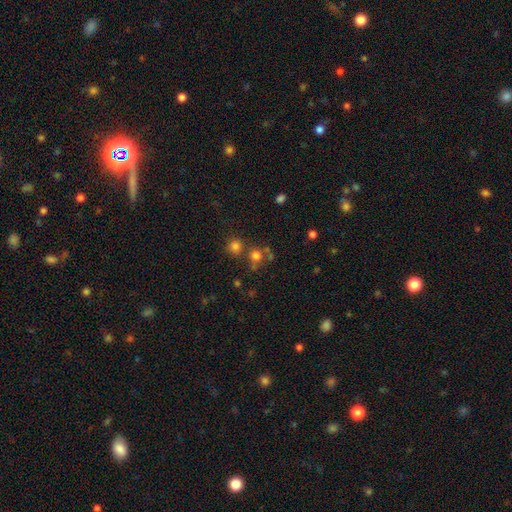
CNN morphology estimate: smooth 70%, star or artifact 21%, featured or disk 10%. Down the decision tree: how rounded — round (88%); merging — none (61%).